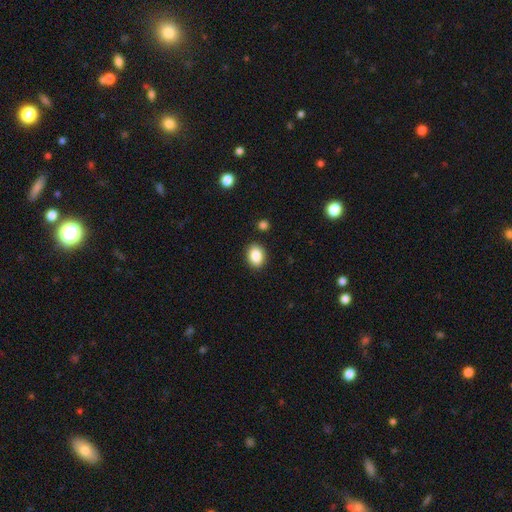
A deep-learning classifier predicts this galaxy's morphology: smooth-or-featured: smooth: 86% | star or artifact: 8% | featured or disk: 5%
  how-rounded: in between: 60% | round: 39% | cigar-shaped: 1%
  merging: none: 89% | minor disturbance: 7% | major disturbance: 2% | merger: 2%